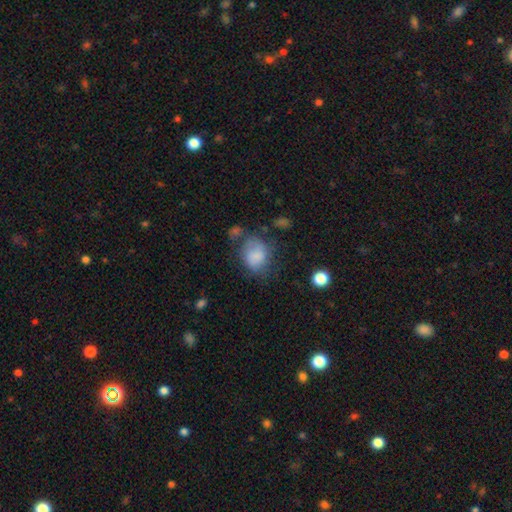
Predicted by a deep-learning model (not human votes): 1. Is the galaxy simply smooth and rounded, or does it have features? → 75% smooth, 15% featured or disk, 9% star or artifact.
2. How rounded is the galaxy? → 56% round, 43% in between, 1% cigar-shaped.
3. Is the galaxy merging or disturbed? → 42% none, 27% minor disturbance, 22% major disturbance, 10% merger.